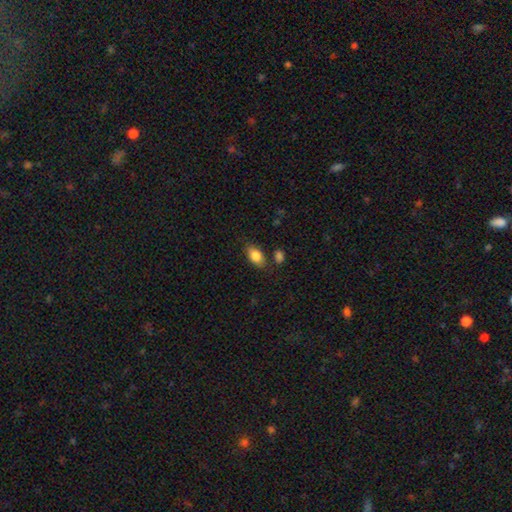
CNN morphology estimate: This appears to be a smooth galaxy with no disk features (83%) that is in between round and cigar-shaped (88%). Merging: none (77%).